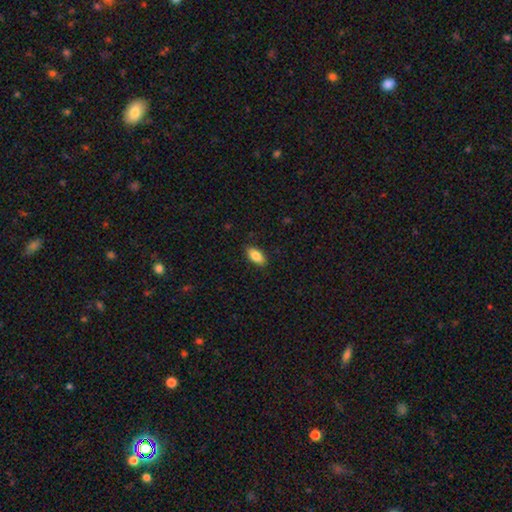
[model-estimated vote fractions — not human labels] This is clearly a smooth galaxy (85%). How rounded: clearly in between (90%). Merging: clearly none (87%).